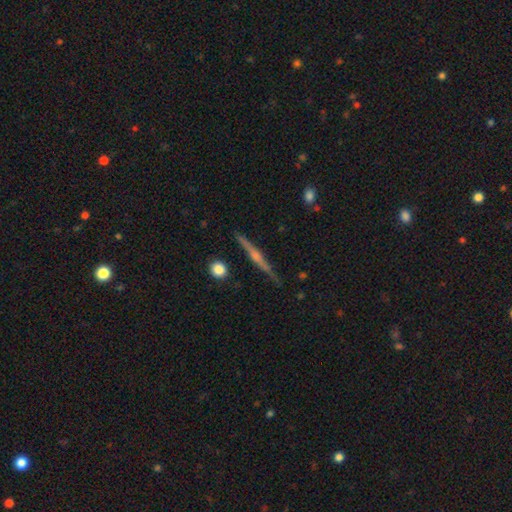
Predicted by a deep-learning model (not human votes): Morphology: type=featured or disk (76%); edge-on=yes (98%); edge-on bulge=rounded (74%); merging=none (89%).